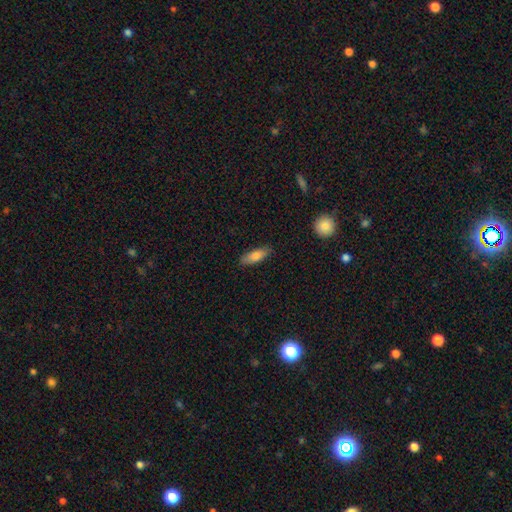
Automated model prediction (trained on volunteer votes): A smooth galaxy with no disk features (80%) that is in between round and cigar-shaped (60%).

Vote fractions:
- Smooth or featured? smooth: 80% / featured or disk: 13% / star or artifact: 6%
- How rounded? in between: 60% / cigar-shaped: 38% / round: 2%
- Merging? none: 85% / minor disturbance: 12% / major disturbance: 2% / merger: 1%